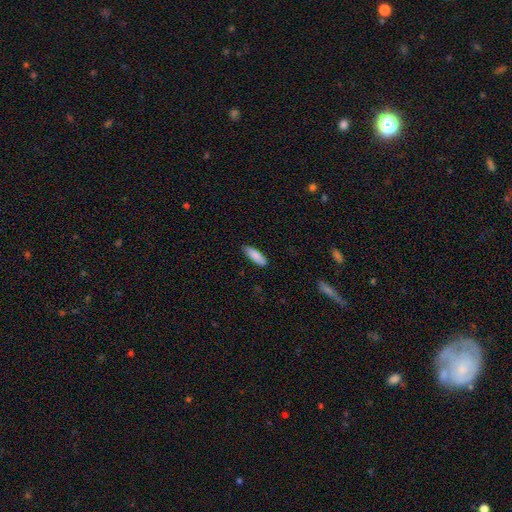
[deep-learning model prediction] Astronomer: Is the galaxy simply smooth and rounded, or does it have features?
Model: smooth — 88%.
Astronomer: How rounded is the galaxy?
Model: in between — 57% (runner-up: cigar-shaped, 42%).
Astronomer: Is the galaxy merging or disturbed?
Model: none — 85%.